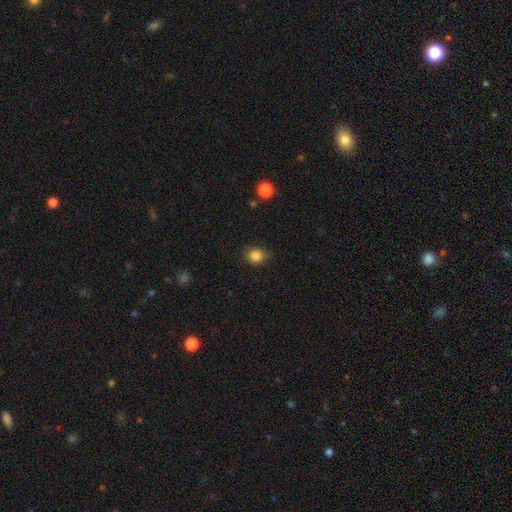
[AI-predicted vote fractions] Smooth or featured?
  - smooth: 84% *
  - star or artifact: 11%
  - featured or disk: 5%
How rounded?
  - round: 63% *
  - in between: 36%
  - cigar-shaped: 1%
Merging?
  - none: 81% *
  - minor disturbance: 15%
  - major disturbance: 3%
  - merger: 1%